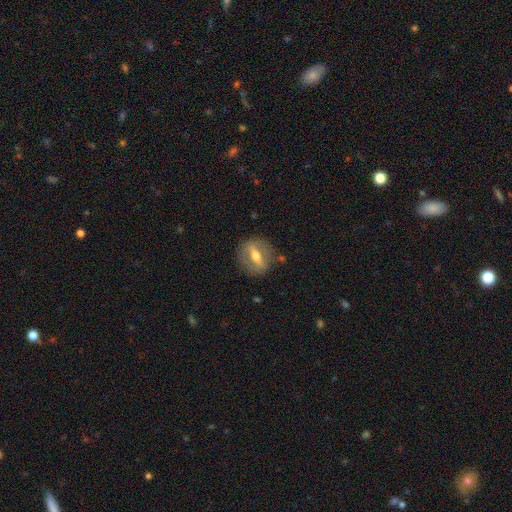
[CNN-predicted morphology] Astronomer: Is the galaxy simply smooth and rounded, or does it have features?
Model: featured or disk — 62%.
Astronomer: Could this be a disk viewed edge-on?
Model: no — 66%.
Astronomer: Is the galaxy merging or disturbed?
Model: none — 82%.